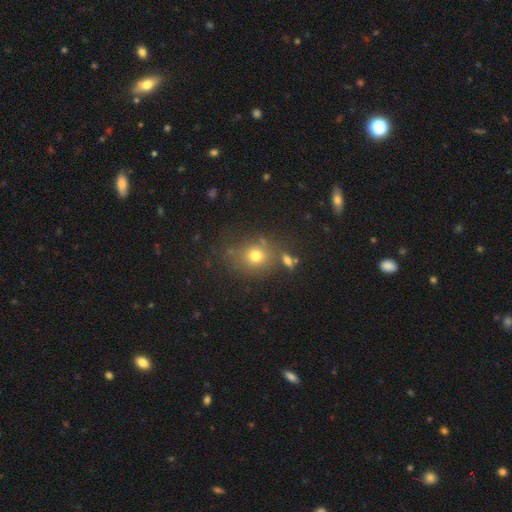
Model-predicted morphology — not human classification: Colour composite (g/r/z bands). It shows a smooth galaxy with no disk features (72%) that is round (75%). Merging: none (70%).